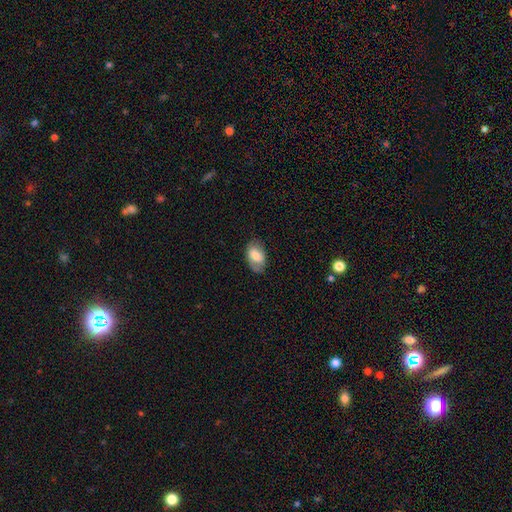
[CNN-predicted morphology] type=smooth (74%); roundness=in between (92%); merging=none (72%).